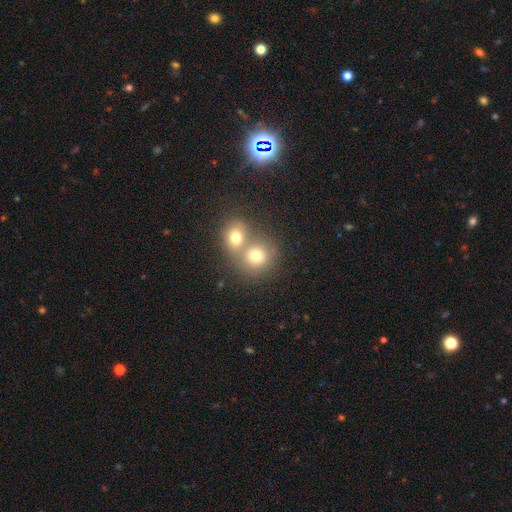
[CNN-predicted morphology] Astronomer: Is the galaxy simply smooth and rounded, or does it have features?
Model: smooth — 73%.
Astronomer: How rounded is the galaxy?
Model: round — 81%.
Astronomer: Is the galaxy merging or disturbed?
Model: merger — 53% (runner-up: none, 38%).